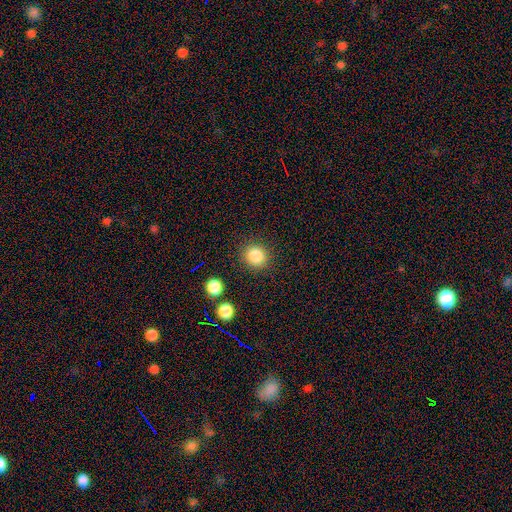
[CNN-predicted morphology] smooth 85%, star or artifact 10%, featured or disk 5%. Down the decision tree: how rounded — round (86%); merging — none (88%).